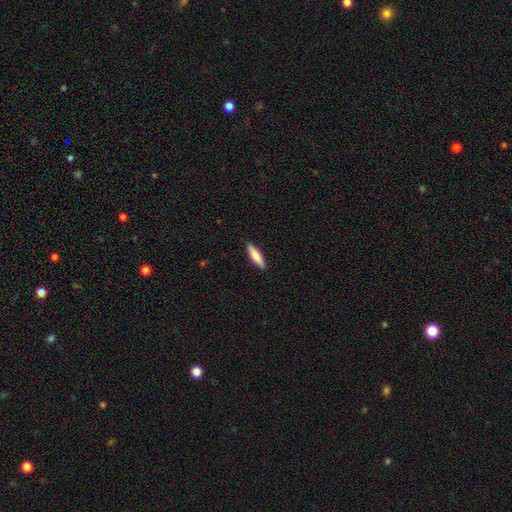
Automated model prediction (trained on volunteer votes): Smooth or featured? smooth (78%)
How rounded? cigar-shaped (71%)
Merging? none (90%)